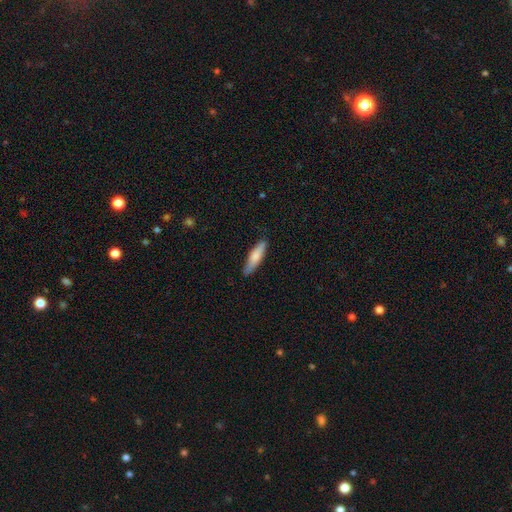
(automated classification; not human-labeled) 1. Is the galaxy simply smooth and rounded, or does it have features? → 75% smooth, 20% featured or disk, 5% star or artifact.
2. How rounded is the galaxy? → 74% cigar-shaped, 25% in between, 2% round.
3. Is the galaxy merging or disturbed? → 83% none, 14% minor disturbance, 2% major disturbance, 1% merger.